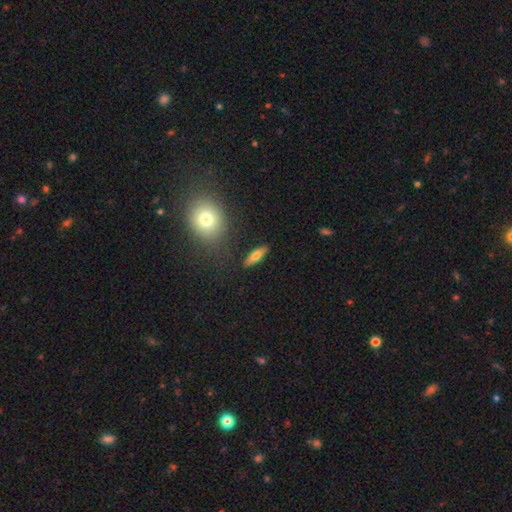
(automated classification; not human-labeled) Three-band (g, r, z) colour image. It shows a smooth galaxy with no disk features (67%) that is in between round and cigar-shaped (54%). Merging: none (86%).